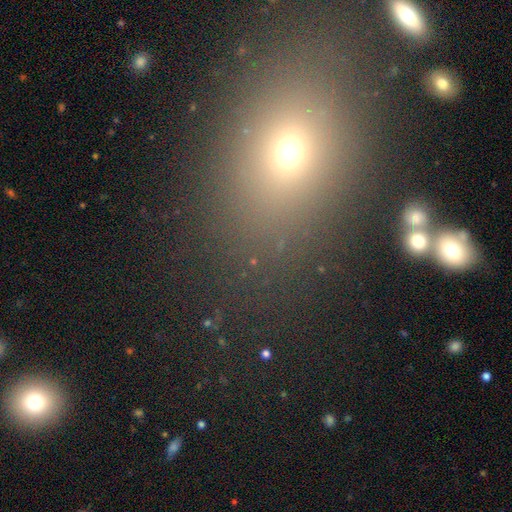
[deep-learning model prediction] smooth 58%, star or artifact 30%, featured or disk 12%. Down the decision tree: how rounded — in between (55%); merging — none (80%).